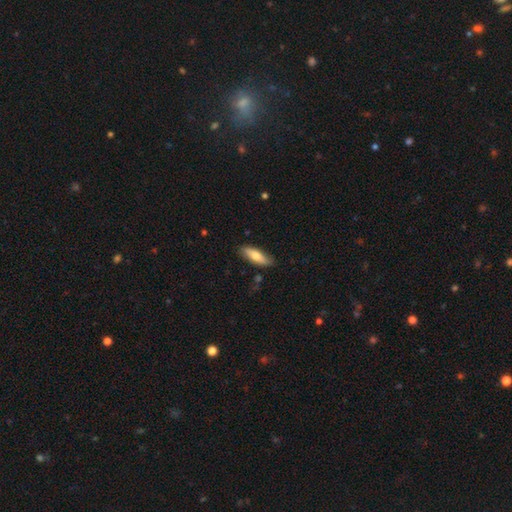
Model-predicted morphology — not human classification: type=smooth (71%); roundness=in between (53%); merging=none (85%).